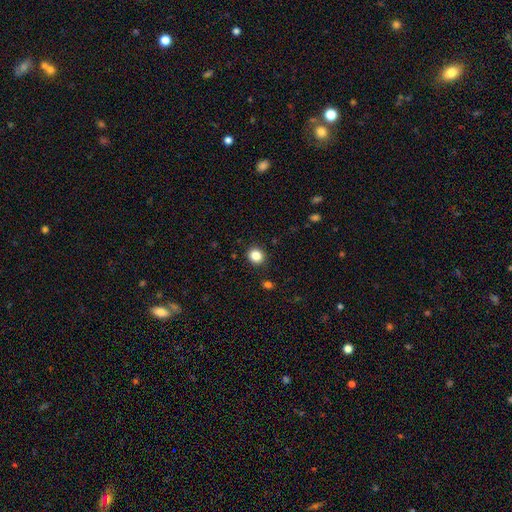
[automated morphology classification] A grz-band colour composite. It shows a smooth galaxy with no disk features (85%) that is round (82%). Merging: none (91%).